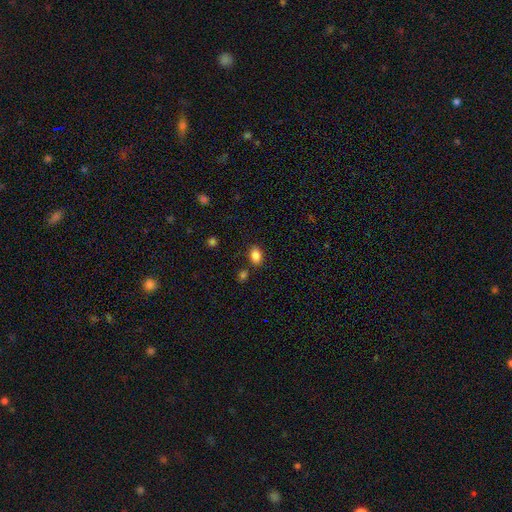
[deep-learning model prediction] smooth-or-featured: smooth: 85% | star or artifact: 10% | featured or disk: 5%
  how-rounded: in between: 75% | round: 23% | cigar-shaped: 1%
  merging: none: 80% | minor disturbance: 12% | merger: 5% | major disturbance: 3%